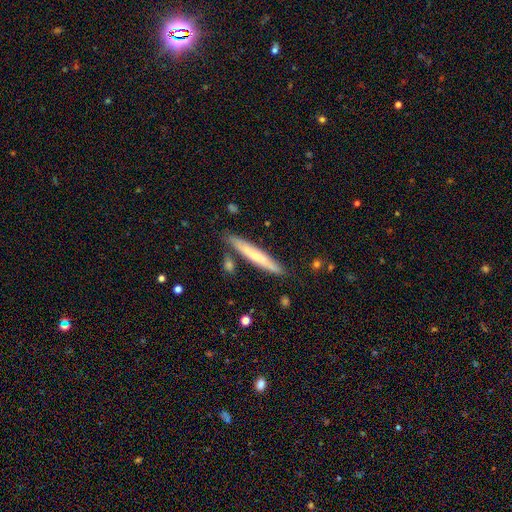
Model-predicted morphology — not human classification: type=smooth (52%); roundness=cigar-shaped (93%); merging=none (82%).